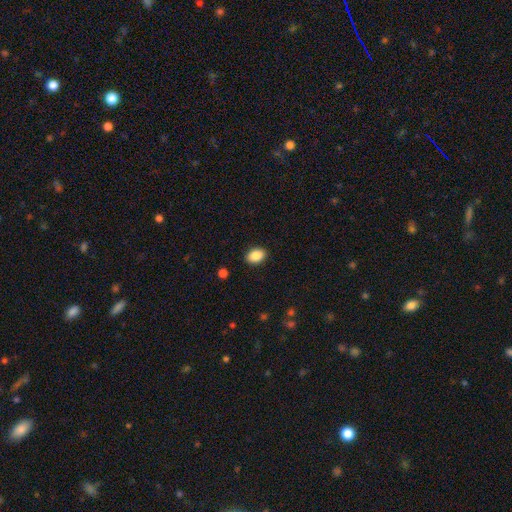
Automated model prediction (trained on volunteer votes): This is clearly a smooth galaxy (88%). How rounded: clearly in between (83%). Merging: clearly none (89%).